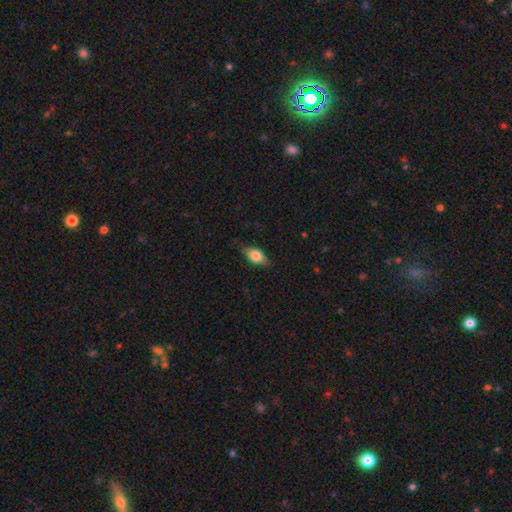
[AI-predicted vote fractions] A smooth galaxy with no disk features (67%) that is in between round and cigar-shaped (78%). Merging: none (75%).